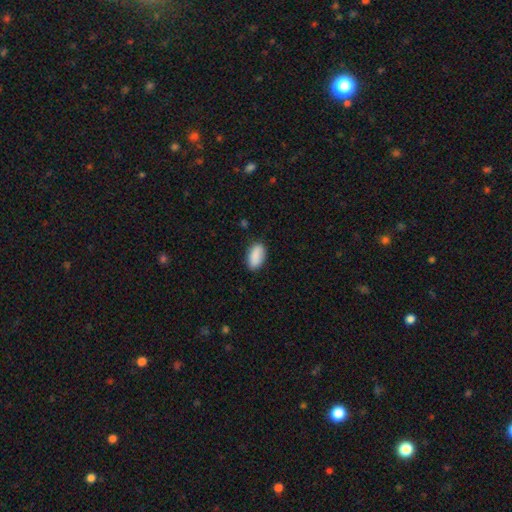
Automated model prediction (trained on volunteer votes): A smooth galaxy with no disk features (89%) that is in between round and cigar-shaped (93%). Merging: none (84%).